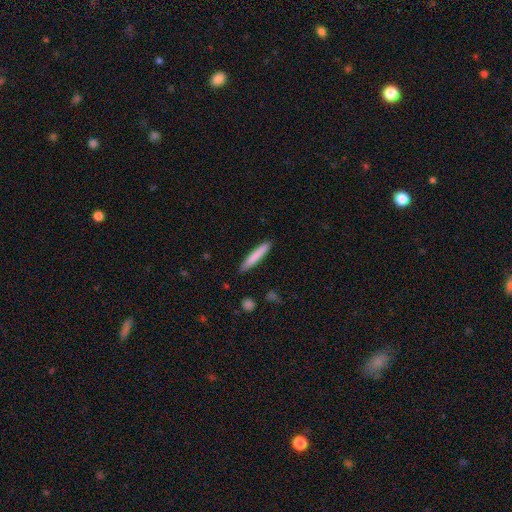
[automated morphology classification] smooth_or_featured: smooth (p=0.80) [alt: featured or disk p=0.14]
how_rounded: cigar-shaped (p=0.94) [alt: in between p=0.05]
merging: none (p=0.89) [alt: minor disturbance p=0.08]